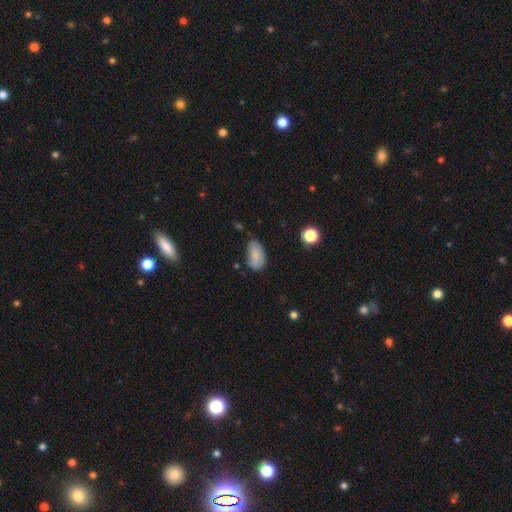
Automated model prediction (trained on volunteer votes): Smooth or featured? smooth (76%)
How rounded? in between (92%)
Merging? none (54%)